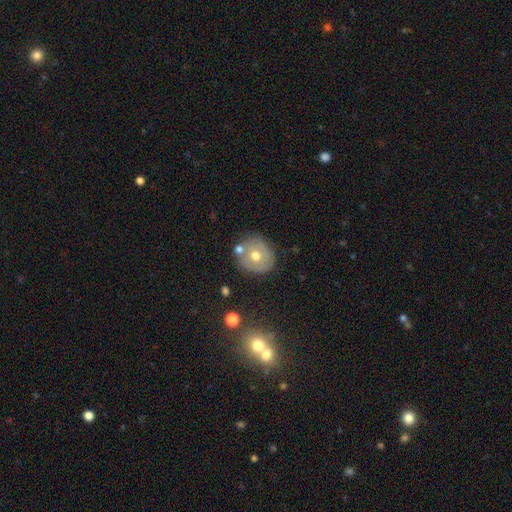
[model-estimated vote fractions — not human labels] This appears to be a smooth galaxy with no disk features (56%) that is round (79%). Merging: none (72%).